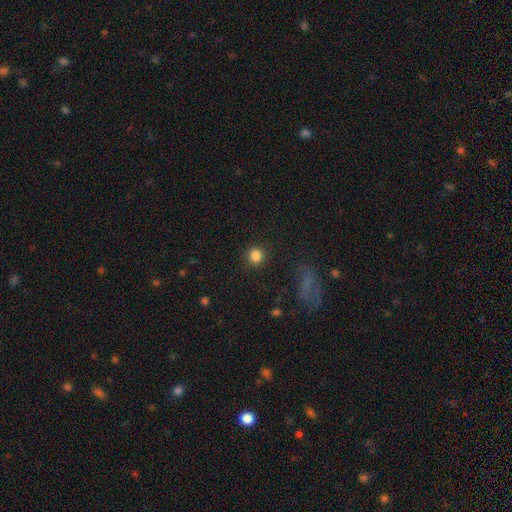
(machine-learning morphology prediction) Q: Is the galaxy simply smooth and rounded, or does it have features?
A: smooth — 84%.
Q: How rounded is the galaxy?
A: round — 93%.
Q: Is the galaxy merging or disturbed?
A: none — 90%.